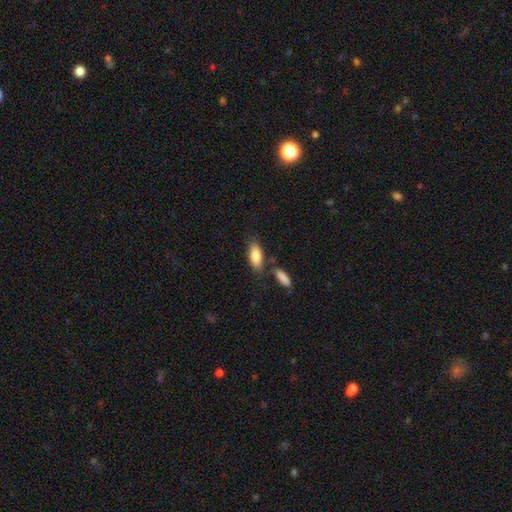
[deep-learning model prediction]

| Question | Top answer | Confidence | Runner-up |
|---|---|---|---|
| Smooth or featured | smooth | 83% | featured or disk (11%) |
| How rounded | in between | 75% | cigar-shaped (22%) |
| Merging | none | 69% | merger (14%) |